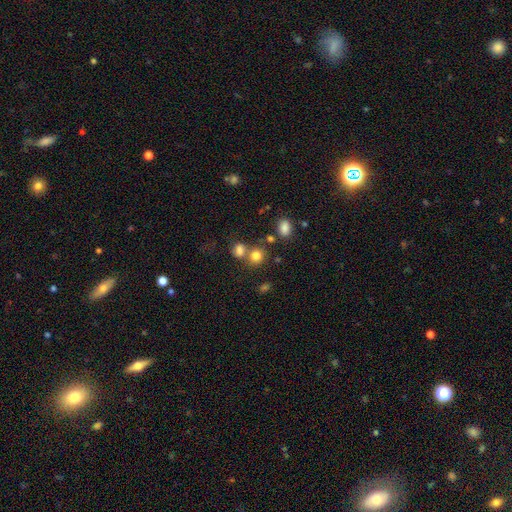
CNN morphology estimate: A smooth galaxy with no disk features (79%) that is round (76%).

Vote fractions:
- Smooth or featured? smooth: 79% / star or artifact: 13% / featured or disk: 8%
- How rounded? round: 76% / in between: 23% / cigar-shaped: 1%
- Merging? none: 55% / merger: 31% / minor disturbance: 9% / major disturbance: 4%